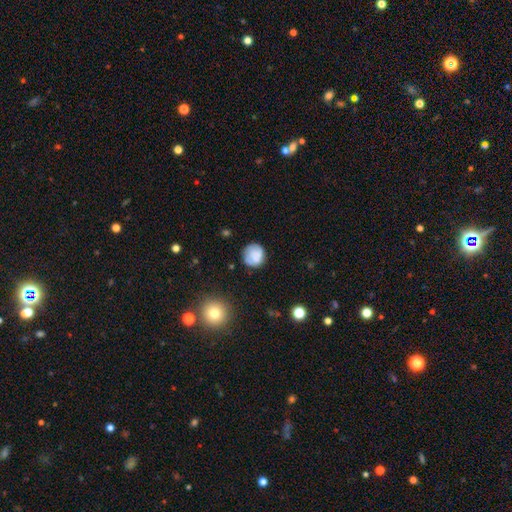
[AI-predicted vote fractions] smooth 71%, featured or disk 20%, star or artifact 9%. Down the decision tree: how rounded — round (87%); merging — none (73%).